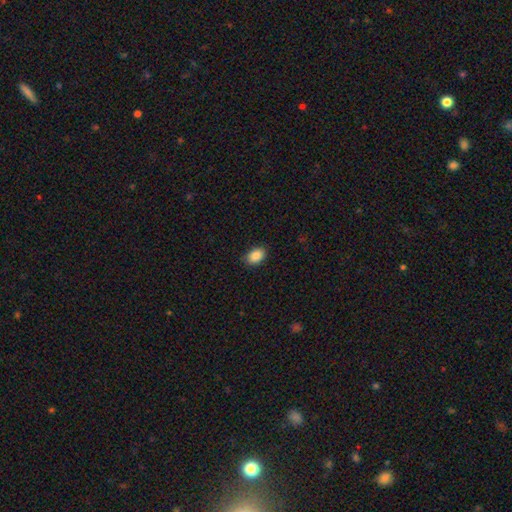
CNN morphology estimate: smooth-or-featured: smooth: 87% | star or artifact: 8% | featured or disk: 5%
  how-rounded: in between: 83% | round: 16% | cigar-shaped: 1%
  merging: none: 87% | minor disturbance: 10% | major disturbance: 2% | merger: 1%